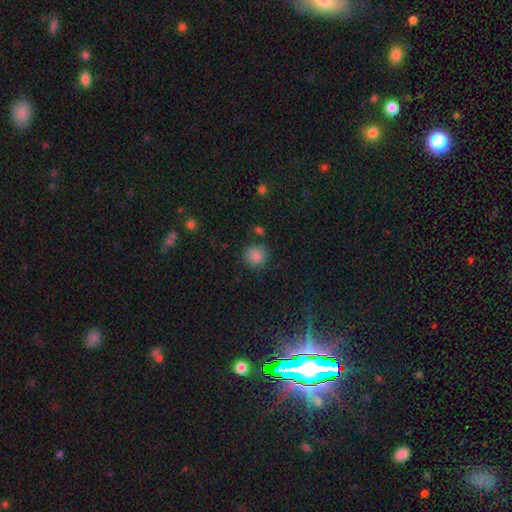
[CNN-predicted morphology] type=smooth (84%); roundness=round (88%); merging=none (78%).